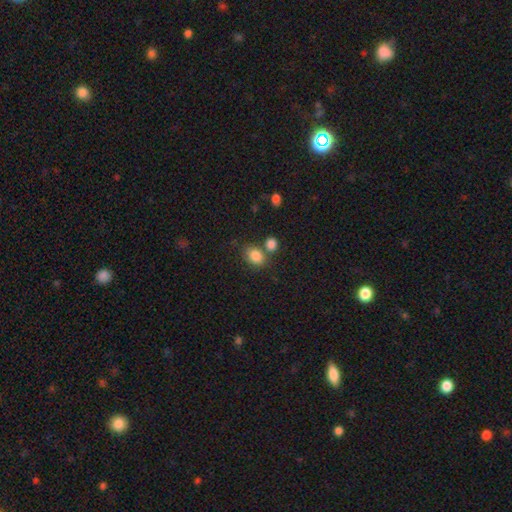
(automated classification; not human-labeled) Smooth or featured? Predicted: smooth (p=0.84). How rounded? Predicted: in between (p=0.66). Merging? Predicted: none (p=0.60).